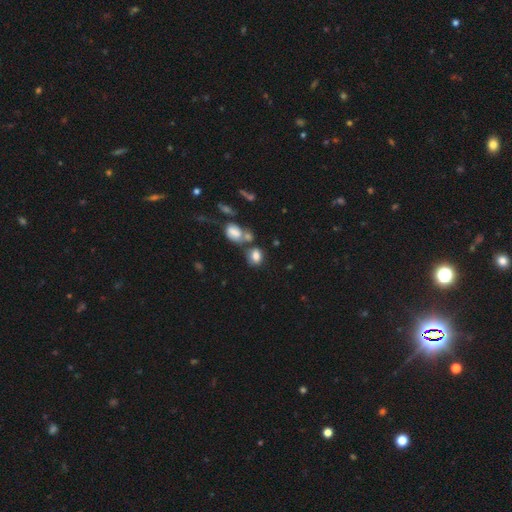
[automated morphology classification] type=smooth (78%); roundness=in between (69%); merging=none (46%).